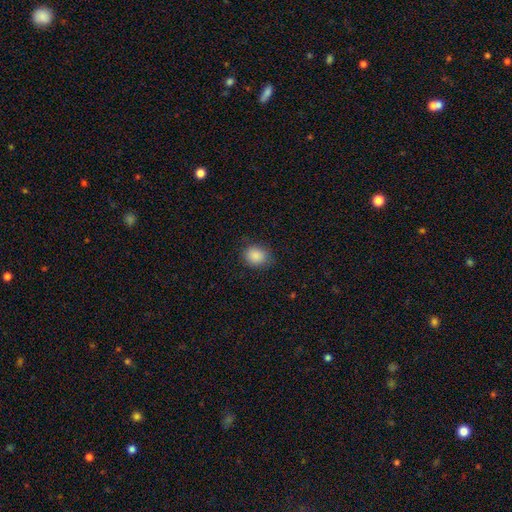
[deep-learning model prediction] Smooth or featured?
  - smooth: 88% *
  - star or artifact: 9%
  - featured or disk: 4%
How rounded?
  - round: 60% *
  - in between: 39%
  - cigar-shaped: 1%
Merging?
  - none: 83% *
  - minor disturbance: 13%
  - major disturbance: 3%
  - merger: 1%